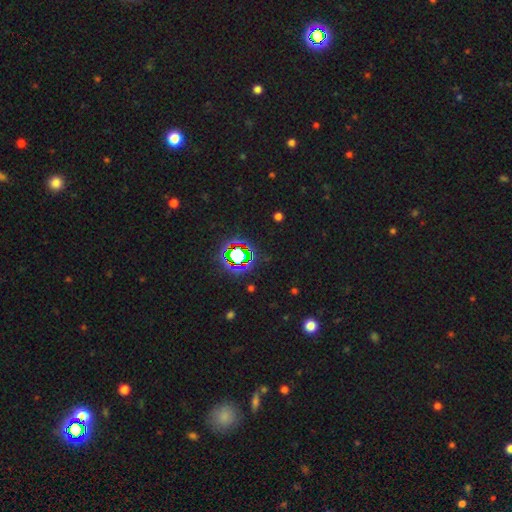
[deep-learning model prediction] star or artifact 80%, smooth 12%, featured or disk 8%.